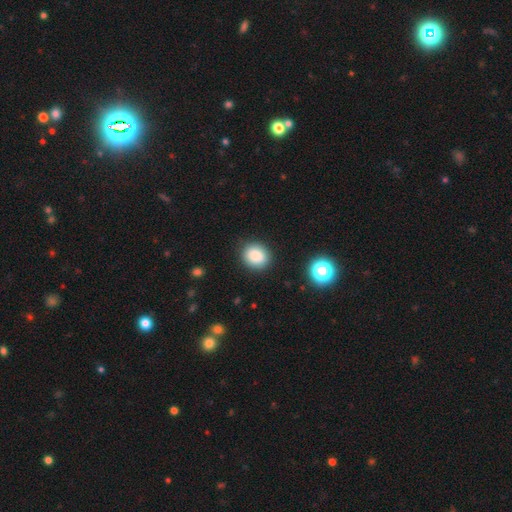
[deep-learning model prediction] smooth-or-featured: smooth: 86% | star or artifact: 10% | featured or disk: 4%
  how-rounded: round: 70% | in between: 29% | cigar-shaped: 1%
  merging: none: 87% | minor disturbance: 9% | major disturbance: 3% | merger: 1%